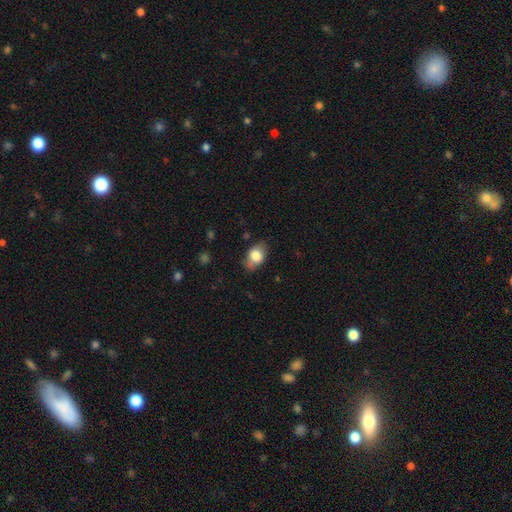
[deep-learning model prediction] Smooth or featured? smooth (77%)
How rounded? in between (83%)
Merging? none (73%)